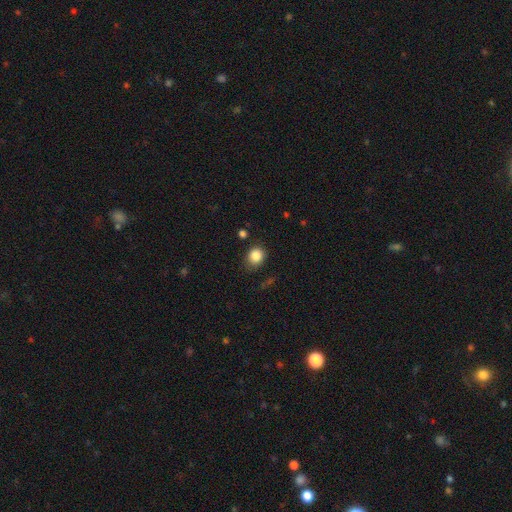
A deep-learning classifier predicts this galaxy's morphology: Overall: smooth (85%). How rounded: round (73%). Merging: none (76%).